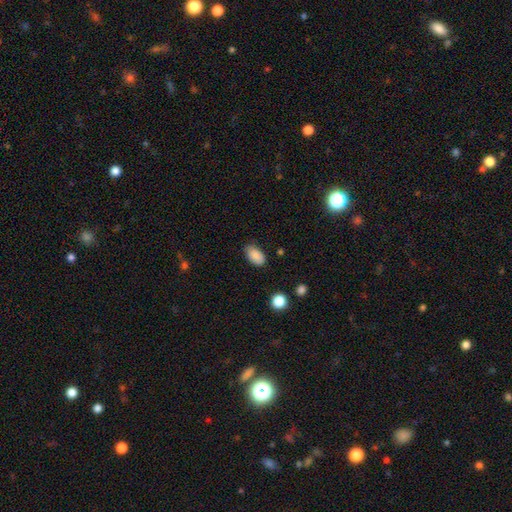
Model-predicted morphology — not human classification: A smooth galaxy with no disk features (88%) that is in between round and cigar-shaped (93%).

Vote fractions:
- Smooth or featured? smooth: 88% / star or artifact: 8% / featured or disk: 4%
- How rounded? in between: 93% / round: 6% / cigar-shaped: 2%
- Merging? none: 79% / minor disturbance: 16% / major disturbance: 3% / merger: 1%